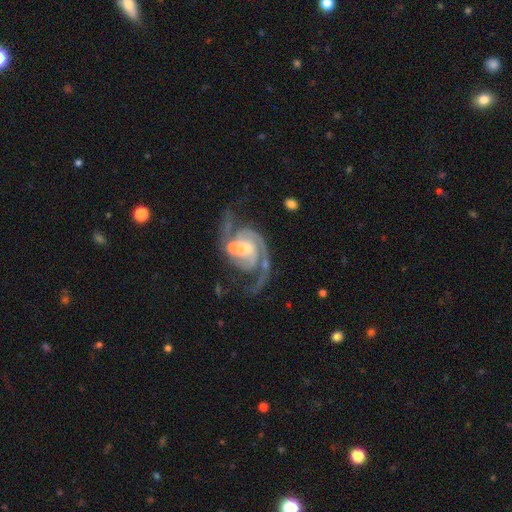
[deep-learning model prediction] Smooth or featured: featured or disk — 87% (star or artifact — 8%)
Edge-on disk: no — 98% (yes — 2%)
Bar: weak — 42% (no — 37%)
Spiral arms: yes — 96% (no — 4%)
Spiral winding: medium — 52% (loose — 29%)
Spiral arm count: 2 — 81% (can't tell — 5%)
Bulge size: moderate — 54% (small — 25%)
Merging: none — 66% (major disturbance — 17%)